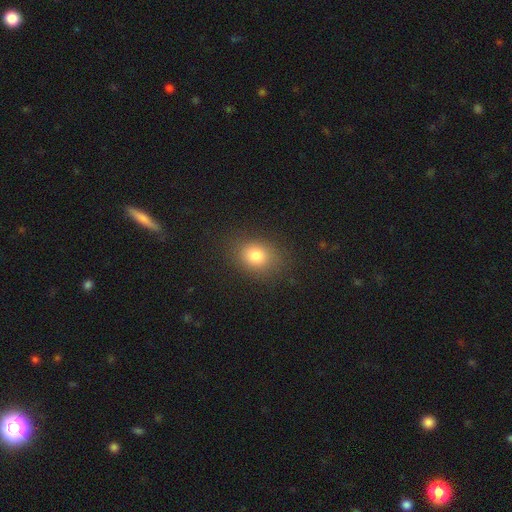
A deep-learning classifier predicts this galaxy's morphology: type=smooth (79%); roundness=in between (52%); merging=none (83%).